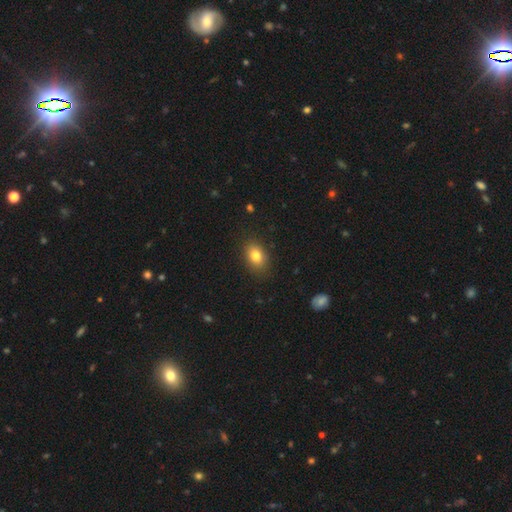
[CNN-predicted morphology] smooth-or-featured: smooth: 81% | star or artifact: 10% | featured or disk: 9%
  how-rounded: in between: 75% | round: 24% | cigar-shaped: 1%
  merging: none: 87% | minor disturbance: 9% | major disturbance: 3% | merger: 1%